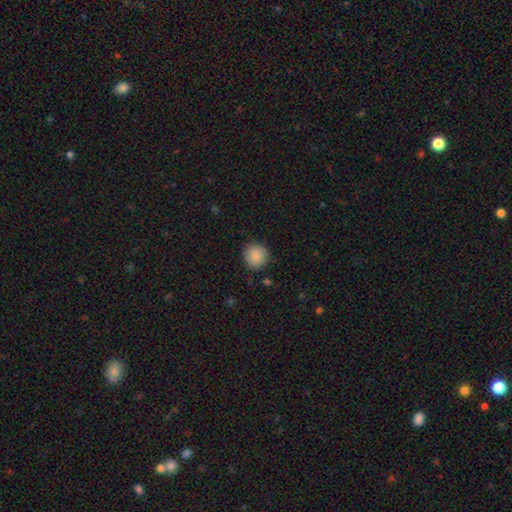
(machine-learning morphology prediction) Smooth or featured: smooth — 88% (star or artifact — 7%)
How rounded: round — 91% (in between — 8%)
Merging: none — 86% (minor disturbance — 10%)